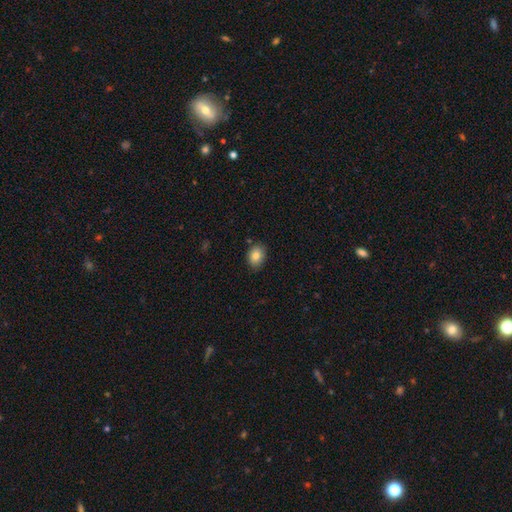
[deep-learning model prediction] Smooth or featured: smooth — 83% (star or artifact — 9%)
How rounded: in between — 65% (round — 34%)
Merging: none — 83% (minor disturbance — 13%)